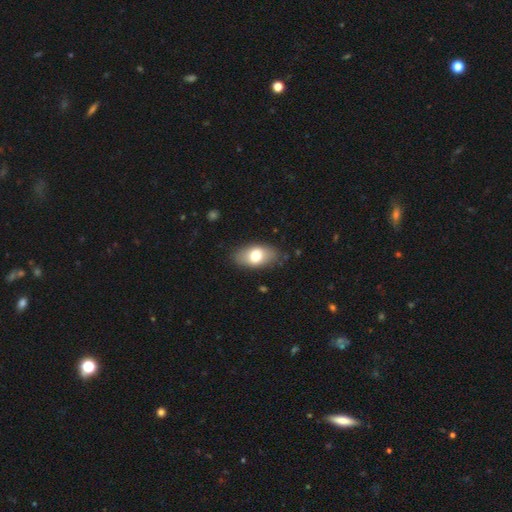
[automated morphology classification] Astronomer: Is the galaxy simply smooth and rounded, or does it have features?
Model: smooth — 72%.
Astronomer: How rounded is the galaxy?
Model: in between — 91%.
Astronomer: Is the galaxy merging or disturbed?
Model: none — 83%.